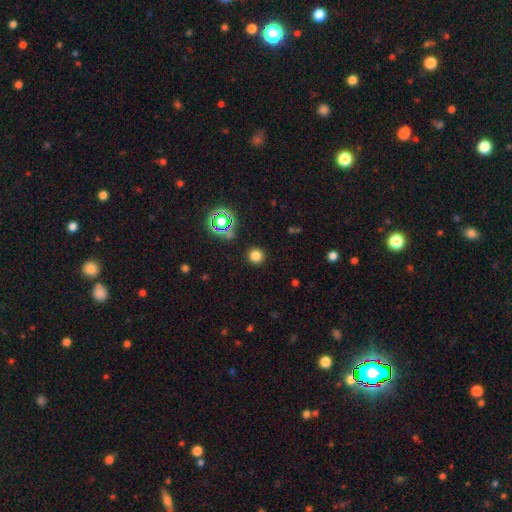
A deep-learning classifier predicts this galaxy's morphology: Overall: smooth (77%). How rounded: round (93%). Merging: none (90%).